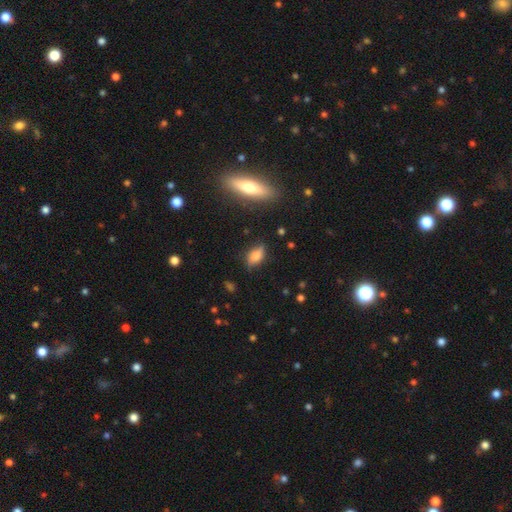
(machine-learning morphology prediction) Q: Smooth or featured?
A: smooth (71%); runner-up: featured or disk (19%)
Q: How rounded?
A: in between (82%); runner-up: round (9%)
Q: Merging?
A: none (71%); runner-up: minor disturbance (22%)